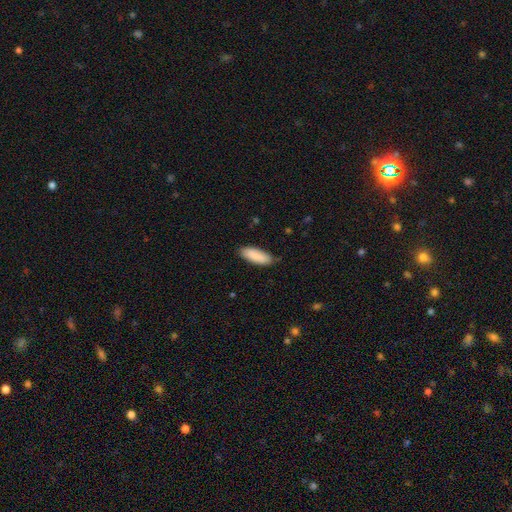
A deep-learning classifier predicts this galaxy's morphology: Smooth or featured? smooth (89%)
How rounded? in between (71%)
Merging? none (82%)